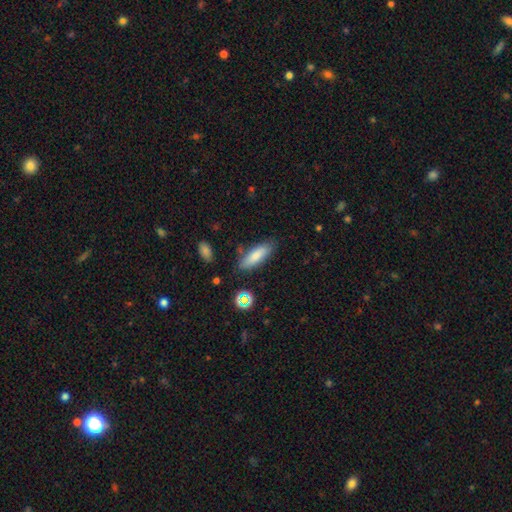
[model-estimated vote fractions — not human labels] The model was most divided on "how rounded": in between: 55%, cigar-shaped: 43%, round: 2%. More confident: smooth or featured — smooth (79%); merging — none (77%).